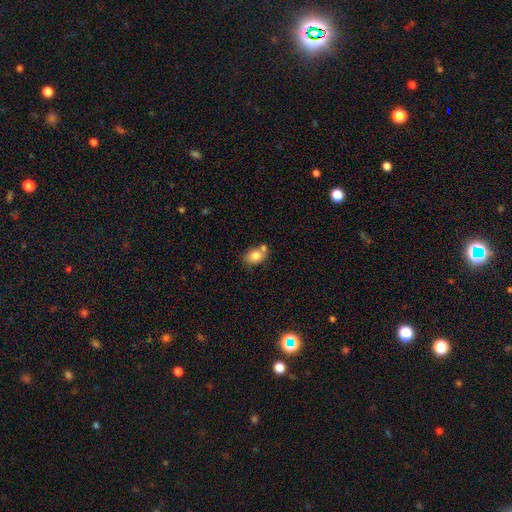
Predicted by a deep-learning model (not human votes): Smooth or featured? smooth (79%)
How rounded? in between (68%)
Merging? none (50%)